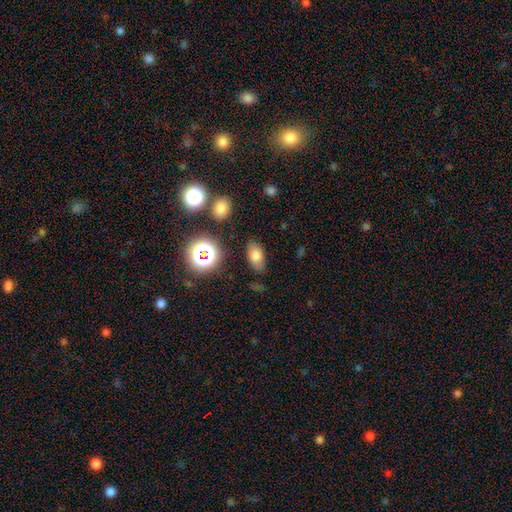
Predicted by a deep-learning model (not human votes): smooth_or_featured: smooth (p=0.71) [alt: star or artifact p=0.15]
how_rounded: in between (p=0.89) [alt: round p=0.08]
merging: none (p=0.81) [alt: minor disturbance p=0.13]